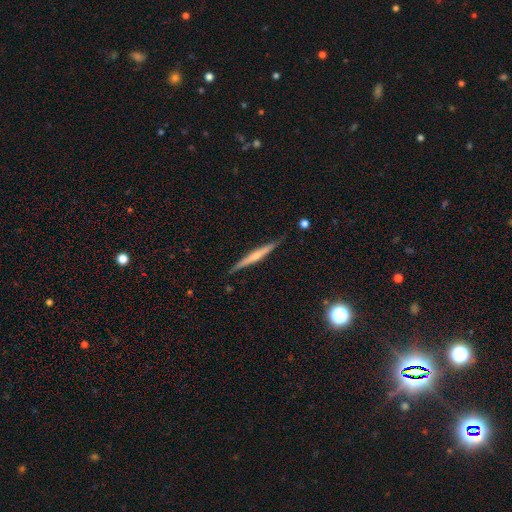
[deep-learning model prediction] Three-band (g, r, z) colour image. It shows a featured or disk galaxy (60%) viewed edge-on (97%) with a rounded central bulge (51%). Merging: none (87%).